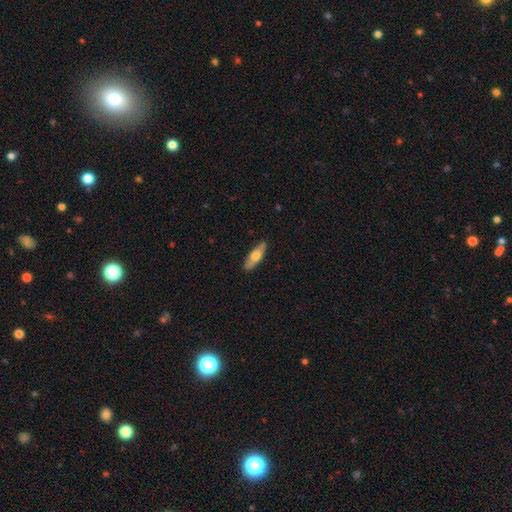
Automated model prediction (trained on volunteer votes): A smooth galaxy with no disk features (56%) that is in between round and cigar-shaped (55%).

Vote fractions:
- Smooth or featured? smooth: 56% / featured or disk: 39% / star or artifact: 5%
- How rounded? in between: 55% / cigar-shaped: 42% / round: 3%
- Merging? none: 88% / minor disturbance: 10% / major disturbance: 2% / merger: 1%